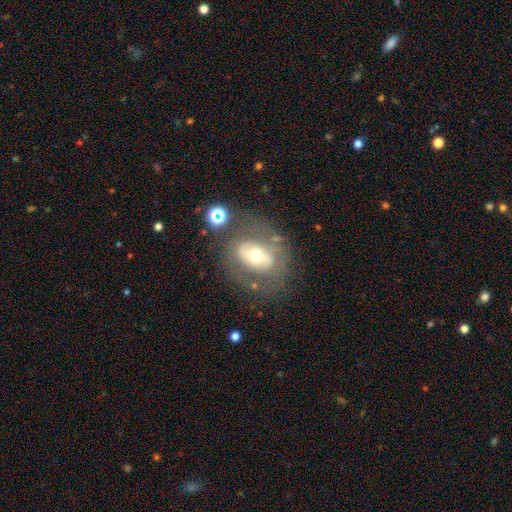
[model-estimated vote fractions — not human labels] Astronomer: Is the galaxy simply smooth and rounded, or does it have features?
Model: featured or disk — 46% (runner-up: smooth, 43%).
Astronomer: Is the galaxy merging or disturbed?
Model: none — 62%.